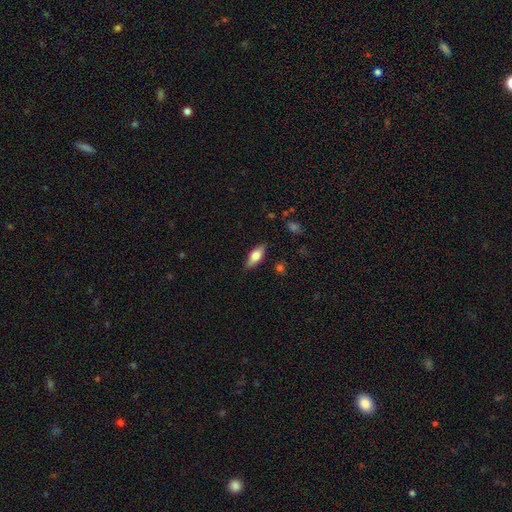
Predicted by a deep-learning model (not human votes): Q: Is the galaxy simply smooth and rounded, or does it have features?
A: smooth — 71%.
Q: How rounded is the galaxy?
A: in between — 78%.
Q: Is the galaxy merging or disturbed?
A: none — 84%.